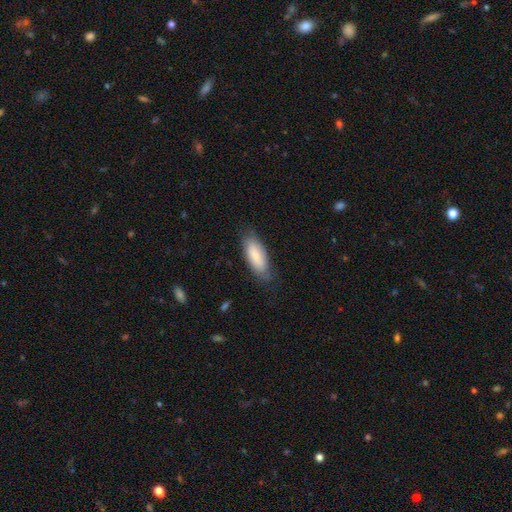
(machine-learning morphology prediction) type=smooth (79%); roundness=in between (82%); merging=none (73%).